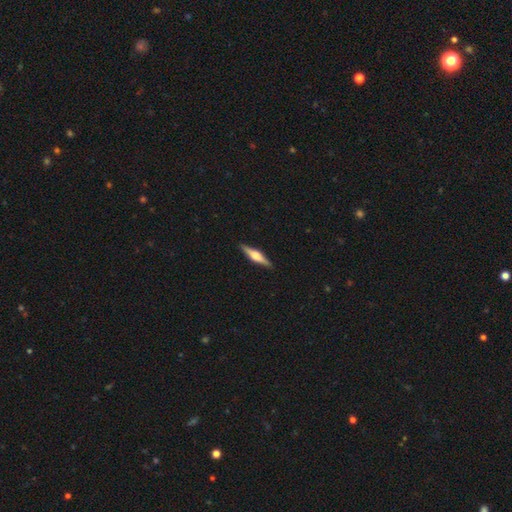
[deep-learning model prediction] featured or disk 65%, smooth 29%, star or artifact 6%. Down the decision tree: edge-on disk — yes (98%); edge-on bulge — rounded (82%); merging — none (91%).